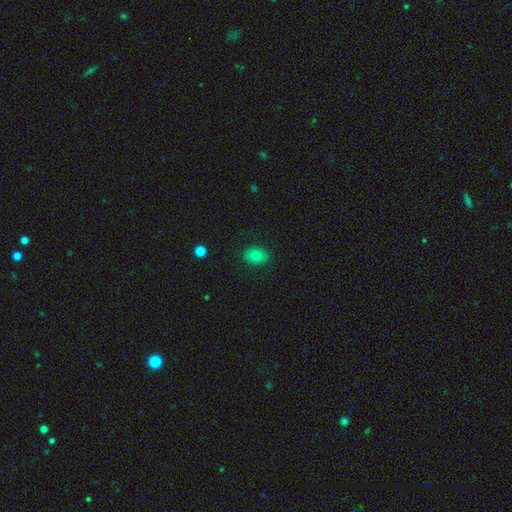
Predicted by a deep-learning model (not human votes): Smooth or featured? smooth (78%)
How rounded? in between (67%)
Merging? none (87%)